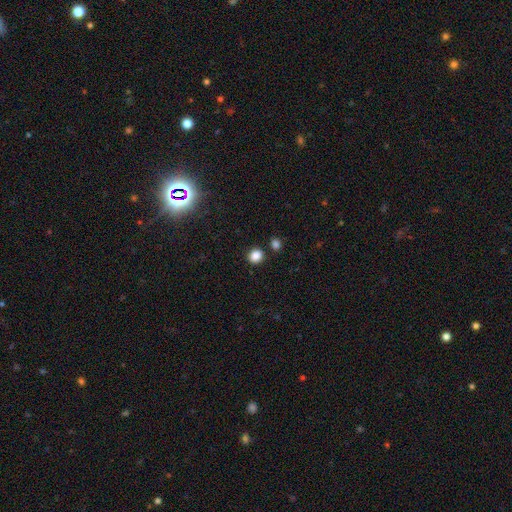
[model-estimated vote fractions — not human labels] Morphology: type=smooth (85%); roundness=round (77%); merging=none (83%).